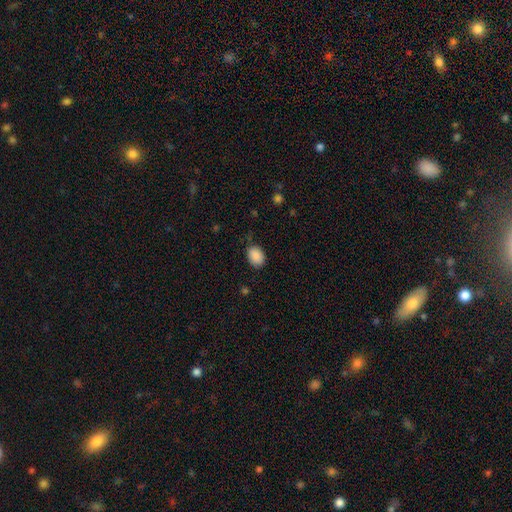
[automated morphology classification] Smooth or featured?
  - smooth: 89% *
  - star or artifact: 8%
  - featured or disk: 3%
How rounded?
  - in between: 70% *
  - round: 29%
  - cigar-shaped: 1%
Merging?
  - none: 81% *
  - minor disturbance: 15%
  - major disturbance: 3%
  - merger: 1%